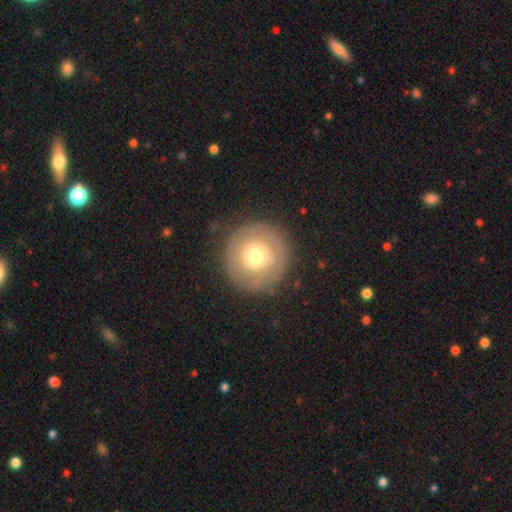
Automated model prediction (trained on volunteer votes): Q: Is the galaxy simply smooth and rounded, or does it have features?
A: smooth — 57%.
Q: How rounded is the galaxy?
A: round — 96%.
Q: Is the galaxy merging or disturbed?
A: none — 84%.